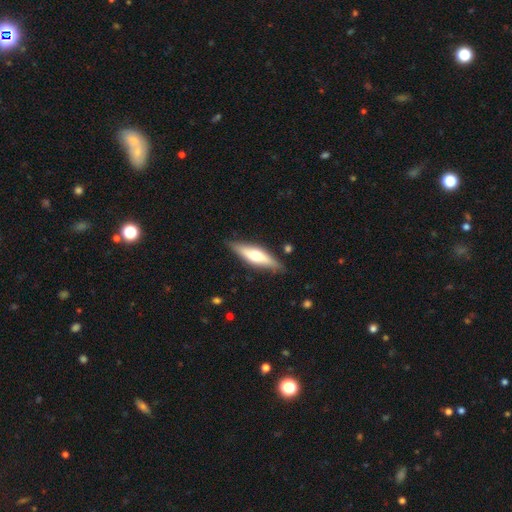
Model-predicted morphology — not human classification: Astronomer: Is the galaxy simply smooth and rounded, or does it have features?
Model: featured or disk — 49% (runner-up: smooth, 46%).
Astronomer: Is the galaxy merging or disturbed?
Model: none — 83%.